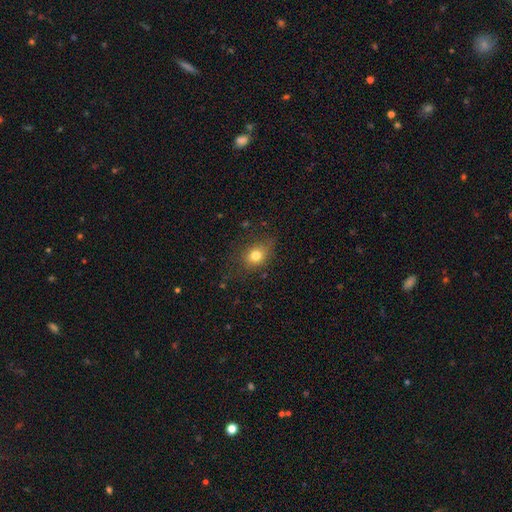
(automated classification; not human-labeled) This appears to be a smooth galaxy with no disk features (77%) that is round (50%). Merging: none (69%).